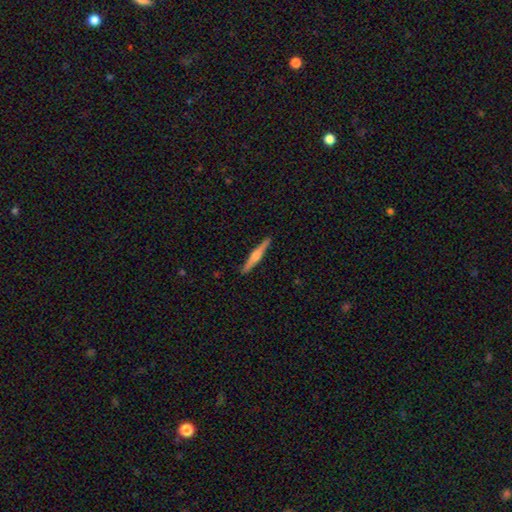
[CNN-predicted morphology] Overall: featured or disk (64%; smooth 30%). Edge-on disk: yes (98%). Edge-on bulge: rounded (79%). Merging: none (92%).